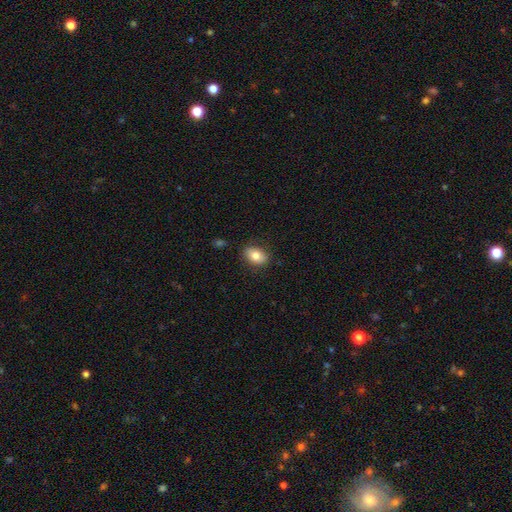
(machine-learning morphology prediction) This is likely a smooth galaxy (80%). How rounded: clearly in between (81%). Merging: clearly none (84%).